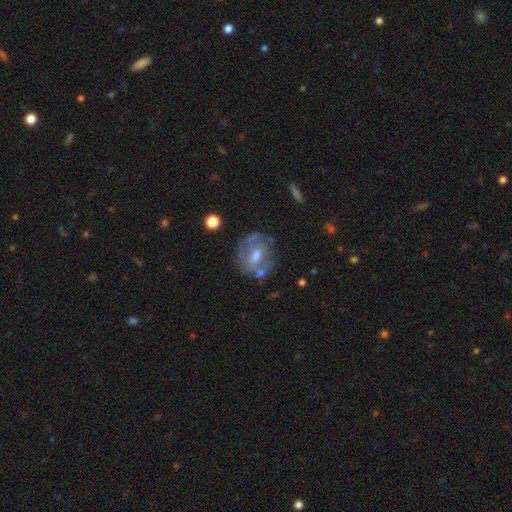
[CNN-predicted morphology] featured or disk 65%, smooth 25%, star or artifact 9%. Down the decision tree: edge-on disk — no (95%); bar — weak (44%); spiral arms — yes (58%); bulge size — moderate (58%); merging — none (59%).